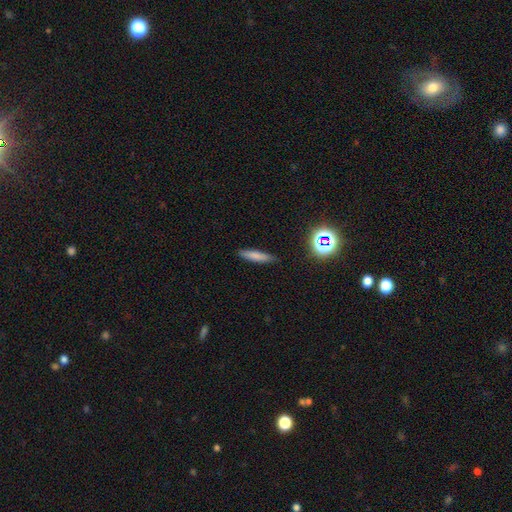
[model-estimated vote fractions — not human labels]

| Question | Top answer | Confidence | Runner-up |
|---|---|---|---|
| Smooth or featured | smooth | 75% | featured or disk (14%) |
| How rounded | cigar-shaped | 80% | in between (18%) |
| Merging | none | 85% | minor disturbance (11%) |